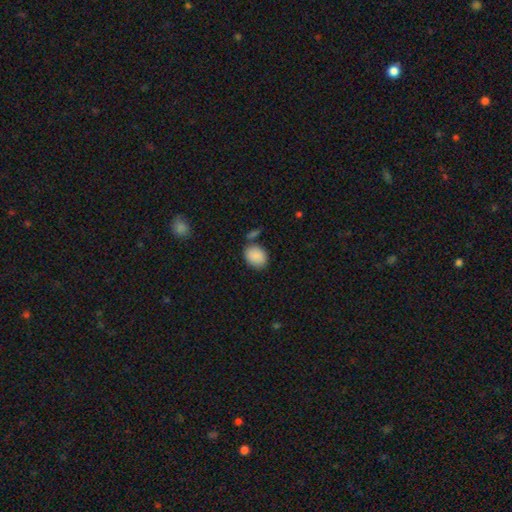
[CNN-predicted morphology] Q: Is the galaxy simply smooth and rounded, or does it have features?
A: smooth — 88%.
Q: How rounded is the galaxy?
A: in between — 61%.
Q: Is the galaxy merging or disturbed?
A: none — 70%.